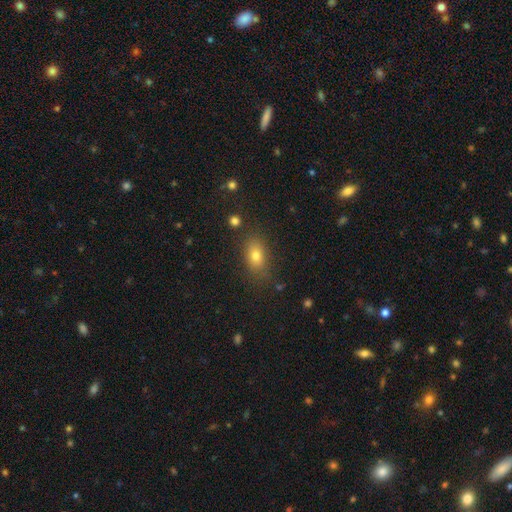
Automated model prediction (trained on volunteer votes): Smooth or featured? smooth (75%)
How rounded? in between (81%)
Merging? none (80%)